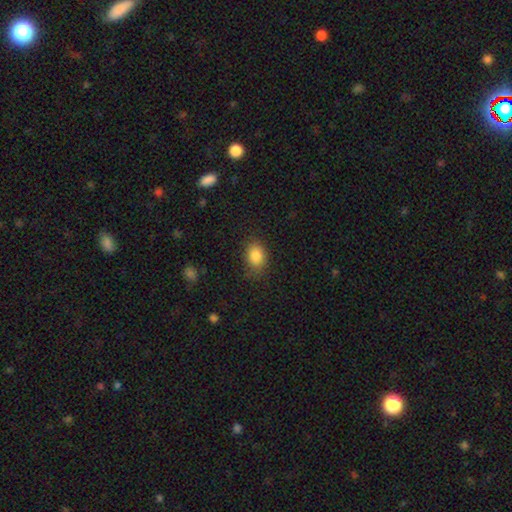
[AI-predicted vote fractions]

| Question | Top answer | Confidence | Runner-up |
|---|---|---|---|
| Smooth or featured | smooth | 85% | star or artifact (9%) |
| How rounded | in between | 71% | round (28%) |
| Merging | none | 75% | minor disturbance (18%) |